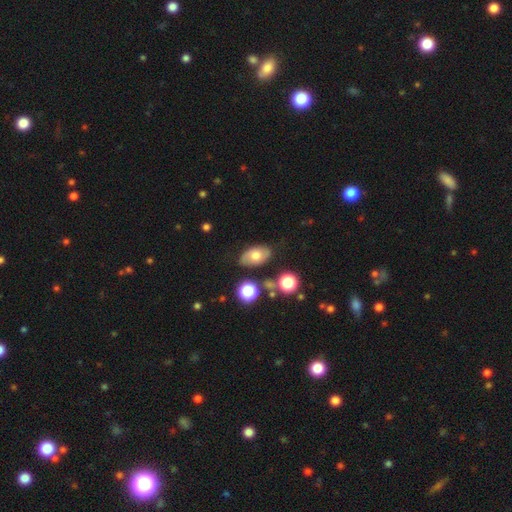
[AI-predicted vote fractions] smooth-or-featured: smooth: 54% | featured or disk: 35% | star or artifact: 10%
  how-rounded: in between: 87% | round: 11% | cigar-shaped: 2%
  merging: none: 76% | minor disturbance: 15% | merger: 4% | major disturbance: 4%